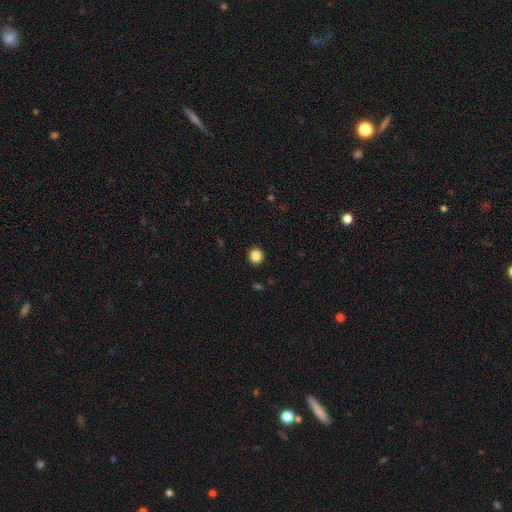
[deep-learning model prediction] Smooth or featured? Predicted: smooth (p=0.86). How rounded? Predicted: round (p=0.92). Merging? Predicted: none (p=0.93).